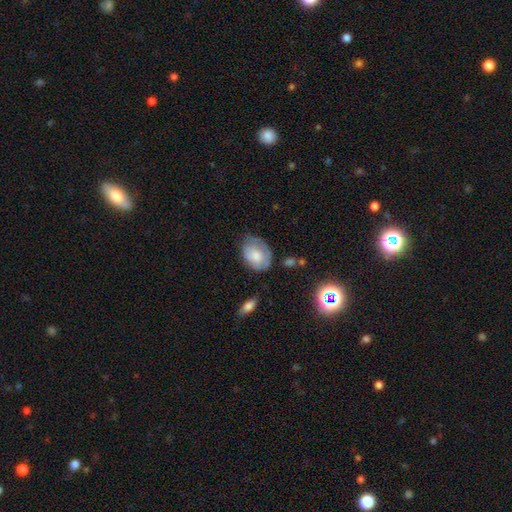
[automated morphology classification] Q: Smooth or featured?
A: smooth (62%); runner-up: featured or disk (31%)
Q: How rounded?
A: in between (71%); runner-up: round (28%)
Q: Merging?
A: none (54%); runner-up: minor disturbance (31%)